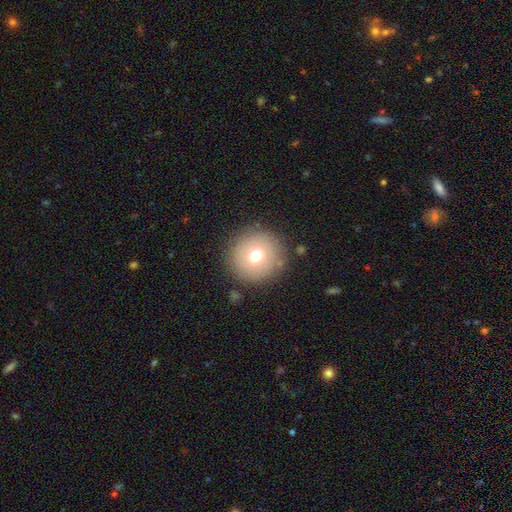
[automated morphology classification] Smooth or featured?
  - smooth: 71% *
  - featured or disk: 18%
  - star or artifact: 12%
How rounded?
  - round: 96% *
  - in between: 3%
  - cigar-shaped: 1%
Merging?
  - none: 87% *
  - minor disturbance: 8%
  - major disturbance: 4%
  - merger: 2%